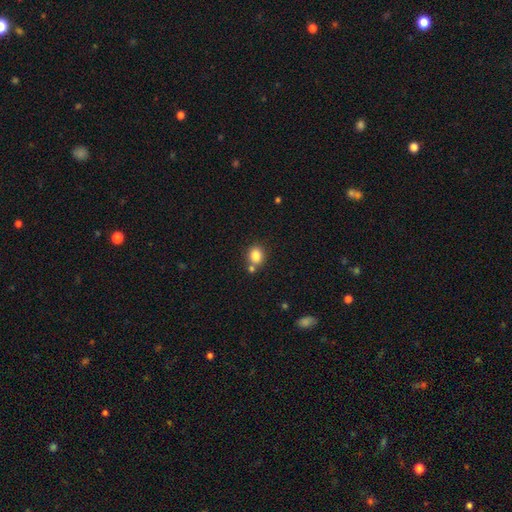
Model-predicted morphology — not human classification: A smooth galaxy with no disk features (84%) that is round (65%). Merging: none (65%).